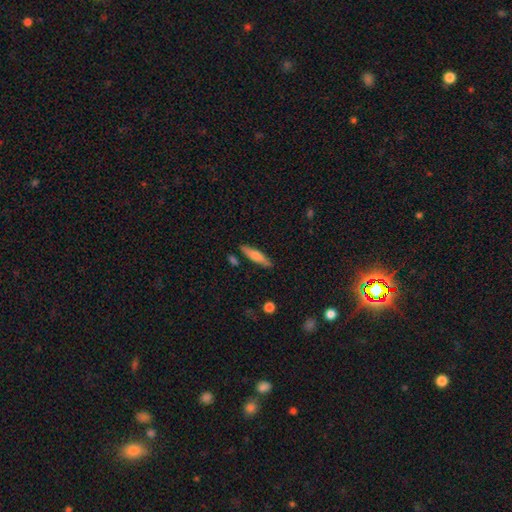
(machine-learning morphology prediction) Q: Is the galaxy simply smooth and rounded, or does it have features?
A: smooth — 60%.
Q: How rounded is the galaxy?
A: cigar-shaped — 78%.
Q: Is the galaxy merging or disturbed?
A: none — 85%.